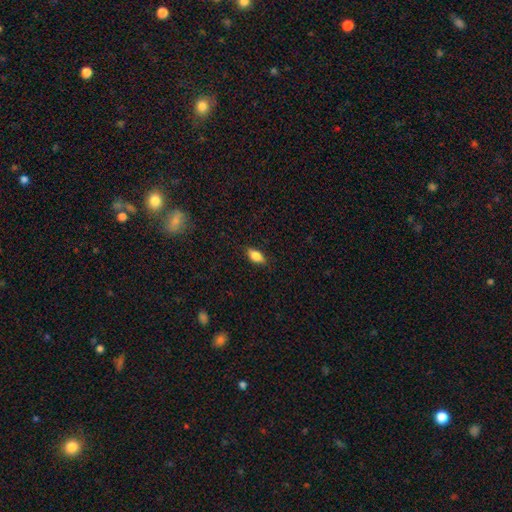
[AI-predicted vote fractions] Morphology: type=smooth (79%); roundness=in between (85%); merging=none (84%).